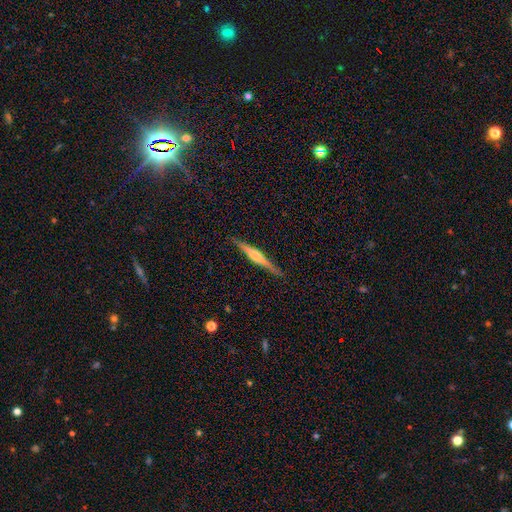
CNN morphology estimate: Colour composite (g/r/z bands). It shows a featured or disk galaxy (72%) viewed edge-on (98%) with a rounded central bulge (64%). Merging: none (90%).